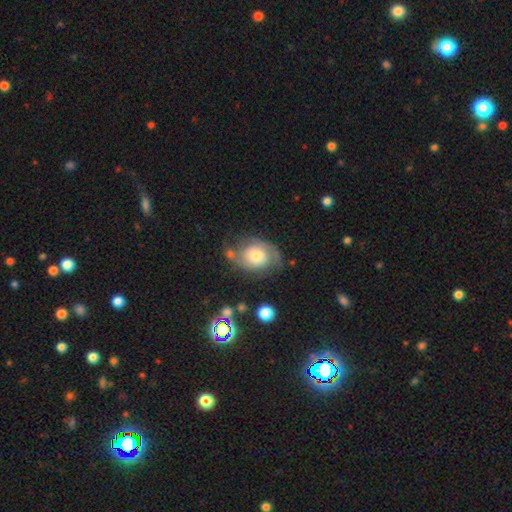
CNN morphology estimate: featured or disk 61%, smooth 31%, star or artifact 9%. Down the decision tree: edge-on disk — no (96%); bar — no (75%); spiral arms — yes (85%); bulge size — moderate (57%); merging — none (58%).